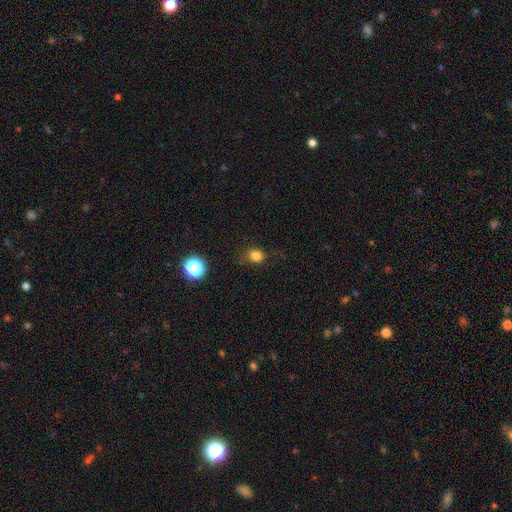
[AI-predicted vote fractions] A smooth galaxy with no disk features (80%) that is round (59%).

Vote fractions:
- Smooth or featured? smooth: 80% / star or artifact: 14% / featured or disk: 5%
- How rounded? round: 59% / in between: 39% / cigar-shaped: 1%
- Merging? none: 71% / minor disturbance: 20% / major disturbance: 7% / merger: 2%